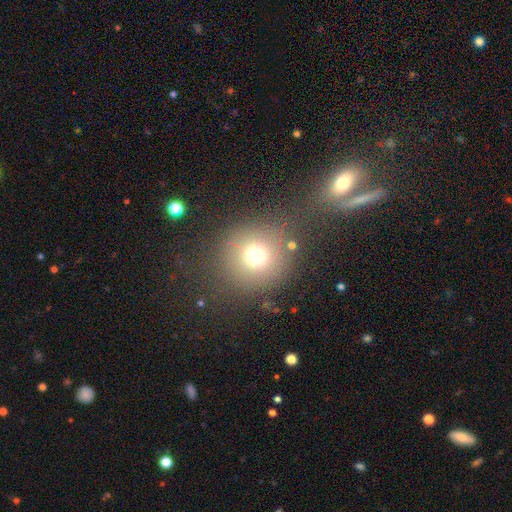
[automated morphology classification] A smooth galaxy with no disk features (70%) that is round (91%). Merging: none (79%).